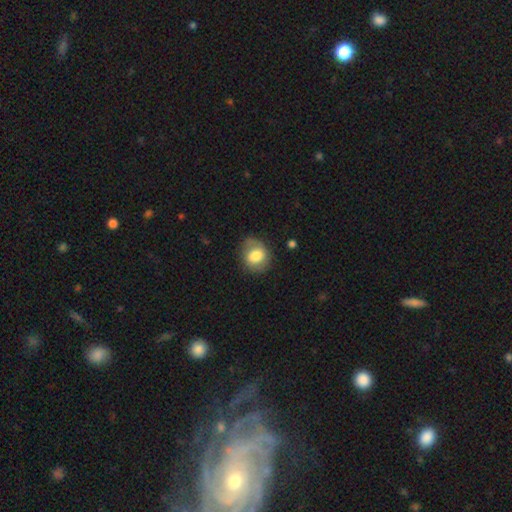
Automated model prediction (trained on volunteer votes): smooth 68%, featured or disk 24%, star or artifact 8%. Down the decision tree: how rounded — round (62%); merging — none (70%).